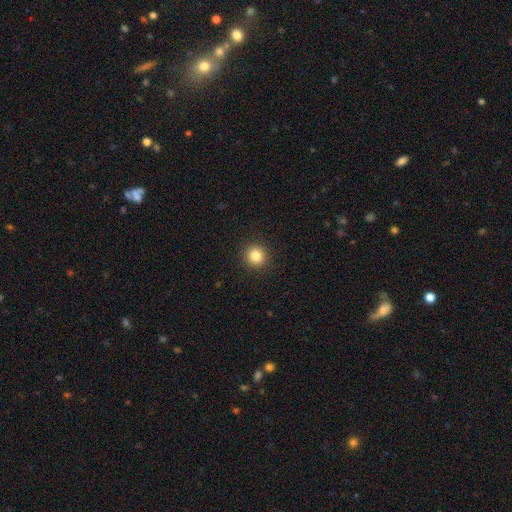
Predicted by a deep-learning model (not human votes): A smooth galaxy with no disk features (83%) that is round (93%).

Vote fractions:
- Smooth or featured? smooth: 83% / star or artifact: 11% / featured or disk: 5%
- How rounded? round: 93% / in between: 6% / cigar-shaped: 1%
- Merging? none: 92% / minor disturbance: 5% / major disturbance: 2% / merger: 1%